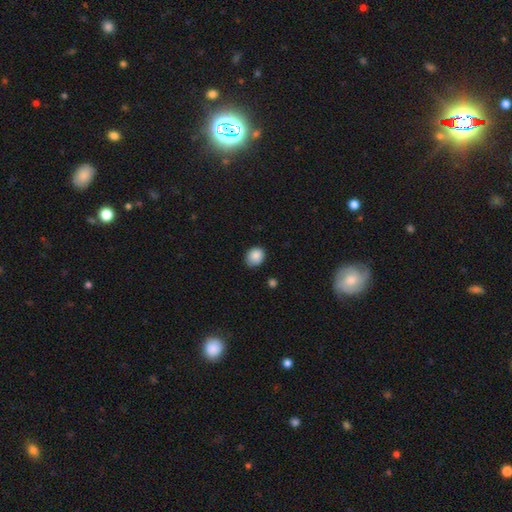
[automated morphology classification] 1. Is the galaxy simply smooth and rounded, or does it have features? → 87% smooth, 9% star or artifact, 4% featured or disk.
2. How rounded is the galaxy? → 51% round, 48% in between, 1% cigar-shaped.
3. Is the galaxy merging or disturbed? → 76% none, 19% minor disturbance, 3% major disturbance, 2% merger.